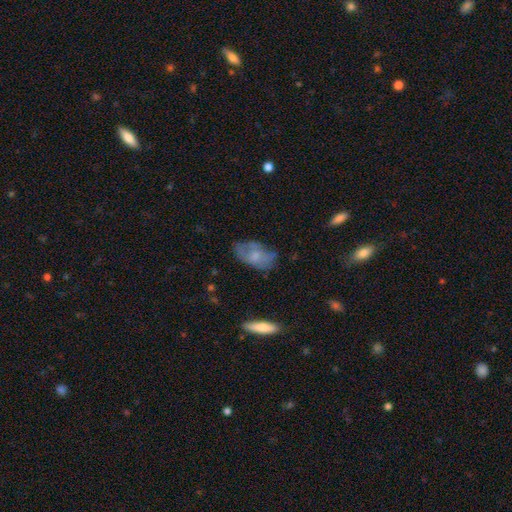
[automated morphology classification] smooth-or-featured: smooth: 57% | featured or disk: 35% | star or artifact: 8%
  how-rounded: in between: 91% | round: 6% | cigar-shaped: 3%
  merging: none: 54% | minor disturbance: 29% | major disturbance: 14% | merger: 3%